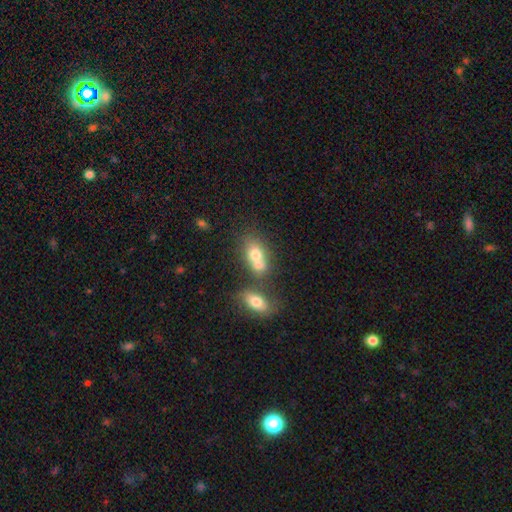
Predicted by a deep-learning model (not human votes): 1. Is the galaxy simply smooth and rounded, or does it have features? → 72% smooth, 18% featured or disk, 10% star or artifact.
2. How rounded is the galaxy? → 72% in between, 24% round, 4% cigar-shaped.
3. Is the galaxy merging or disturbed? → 59% merger, 28% none, 9% minor disturbance, 4% major disturbance.